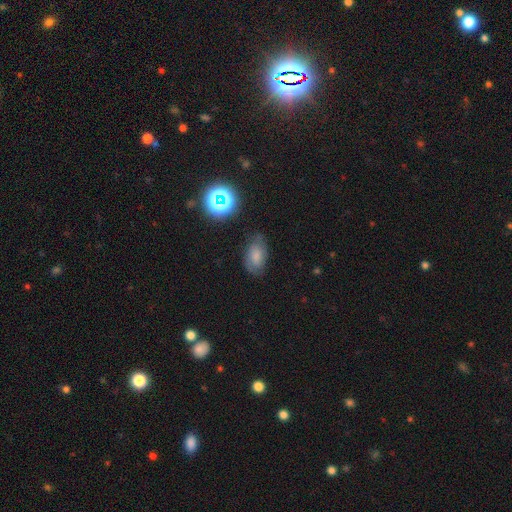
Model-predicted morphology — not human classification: Smooth or featured? Predicted: smooth (p=0.55). How rounded? Predicted: in between (p=0.87). Merging? Predicted: none (p=0.67).